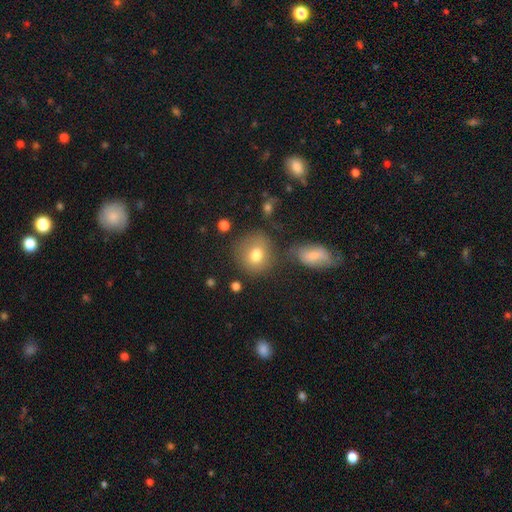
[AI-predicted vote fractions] The model was most divided on "merging": none: 66%, minor disturbance: 15%, merger: 12%, major disturbance: 7%. More confident: how rounded — round (79%); smooth or featured — smooth (77%).